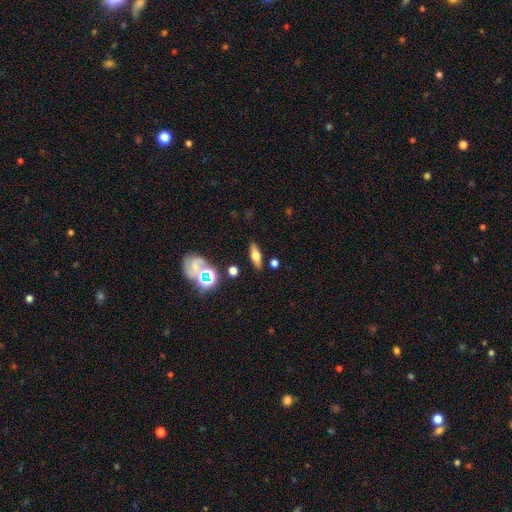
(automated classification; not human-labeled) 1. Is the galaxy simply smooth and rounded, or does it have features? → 46% featured or disk, 42% smooth, 12% star or artifact.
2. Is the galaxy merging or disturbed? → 84% none, 10% minor disturbance, 4% merger, 3% major disturbance.